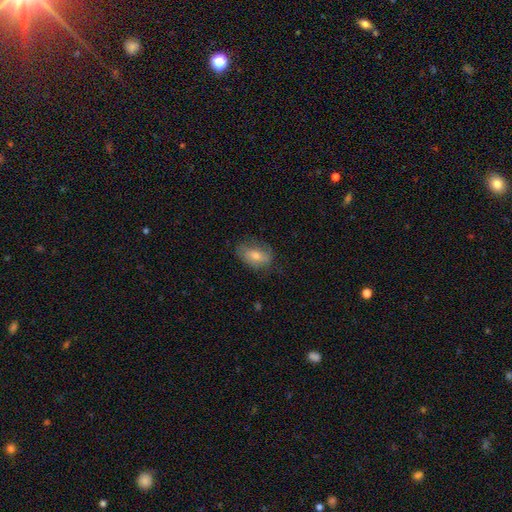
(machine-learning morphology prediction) smooth 58%, featured or disk 33%, star or artifact 9%. Down the decision tree: how rounded — in between (86%); merging — none (69%).